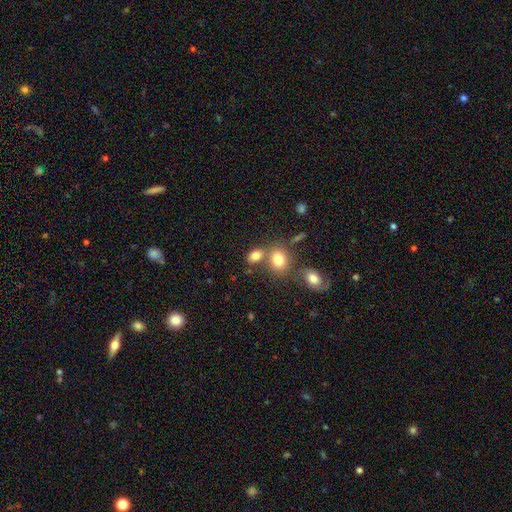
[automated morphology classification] Smooth or featured? Predicted: smooth (p=0.79). How rounded? Predicted: in between (p=0.69). Merging? Predicted: none (p=0.52).